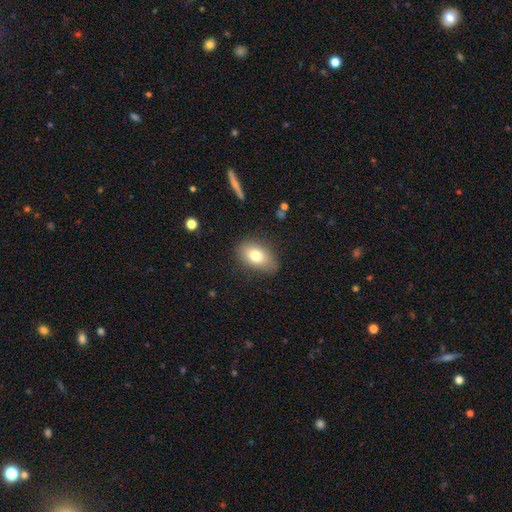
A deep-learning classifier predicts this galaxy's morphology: Smooth or featured? smooth (77%)
How rounded? in between (86%)
Merging? none (79%)